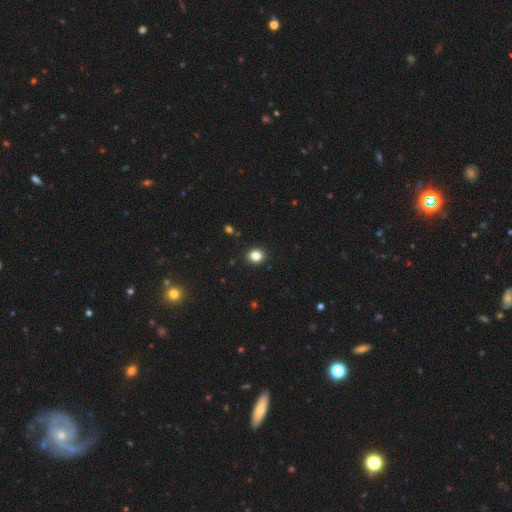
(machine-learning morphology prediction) A smooth galaxy with no disk features (84%) that is round (65%).

Vote fractions:
- Smooth or featured? smooth: 84% / star or artifact: 11% / featured or disk: 5%
- How rounded? round: 65% / in between: 34% / cigar-shaped: 1%
- Merging? none: 91% / minor disturbance: 6% / major disturbance: 2% / merger: 1%